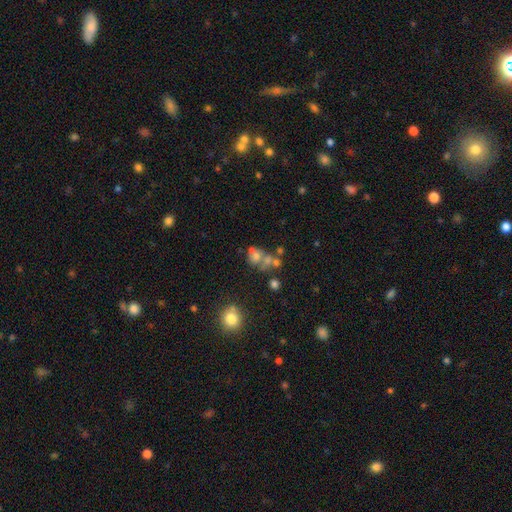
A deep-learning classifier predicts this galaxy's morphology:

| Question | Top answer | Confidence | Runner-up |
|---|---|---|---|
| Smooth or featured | smooth | 47% | featured or disk (31%) |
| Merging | merger | 41% | none (33%) |